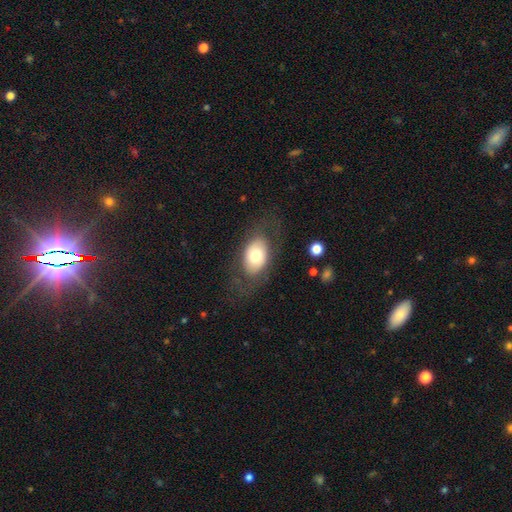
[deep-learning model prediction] This appears to be a smooth galaxy with no disk features (67%) that is in between round and cigar-shaped (88%). Merging: none (74%).